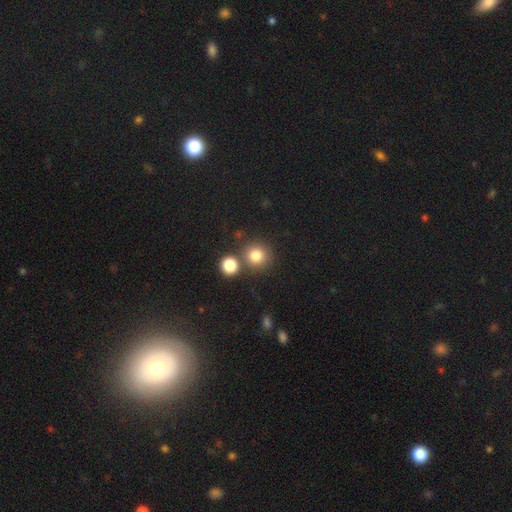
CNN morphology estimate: Smooth or featured? smooth (80%)
How rounded? round (92%)
Merging? none (74%)